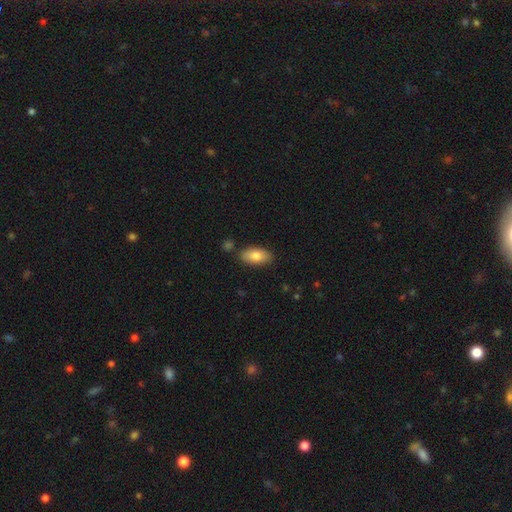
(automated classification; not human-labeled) Morphology: type=smooth (82%); roundness=in between (90%); merging=none (83%).